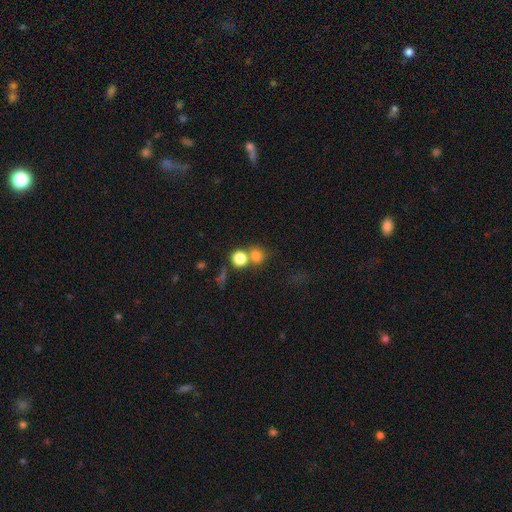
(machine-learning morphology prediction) Smooth or featured: smooth — 75% (star or artifact — 16%)
How rounded: round — 83% (in between — 16%)
Merging: none — 50% (merger — 37%)